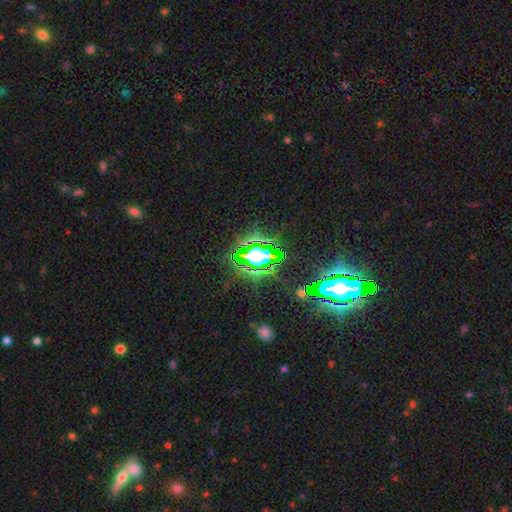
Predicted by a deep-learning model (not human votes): Overall: star or artifact (74%).